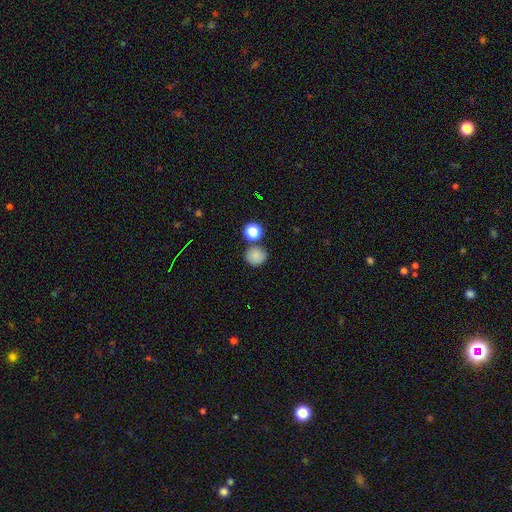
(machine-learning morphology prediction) The model was most divided on "merging": none: 72%, merger: 12%, minor disturbance: 12%, major disturbance: 4%. More confident: how rounded — round (86%); smooth or featured — smooth (81%).